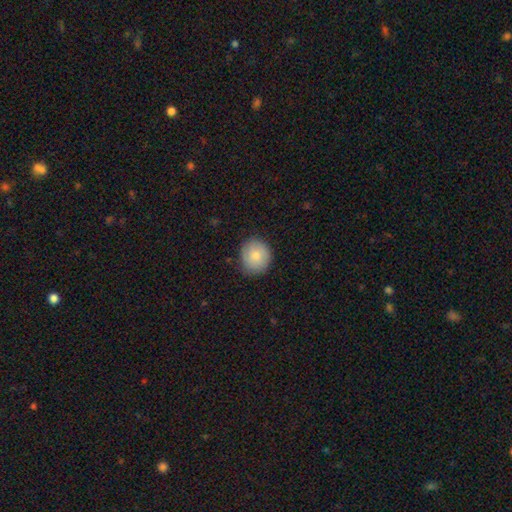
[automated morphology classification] Smooth or featured?
  - smooth: 79% *
  - featured or disk: 14%
  - star or artifact: 7%
How rounded?
  - round: 84% *
  - in between: 15%
  - cigar-shaped: 1%
Merging?
  - none: 82% *
  - minor disturbance: 14%
  - major disturbance: 3%
  - merger: 1%